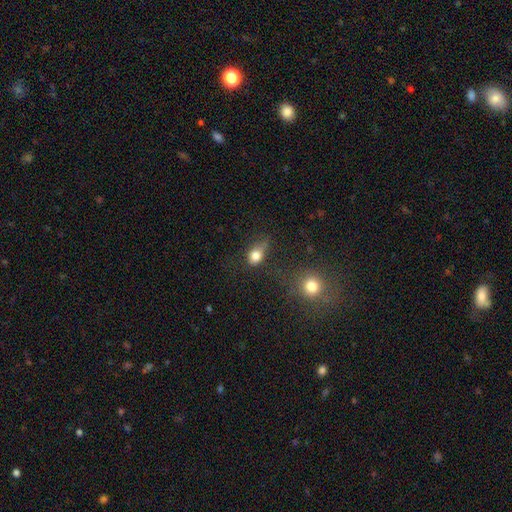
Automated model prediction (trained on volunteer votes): Q: Smooth or featured?
A: smooth (79%); runner-up: featured or disk (11%)
Q: How rounded?
A: in between (64%); runner-up: round (32%)
Q: Merging?
A: none (38%); runner-up: minor disturbance (34%)